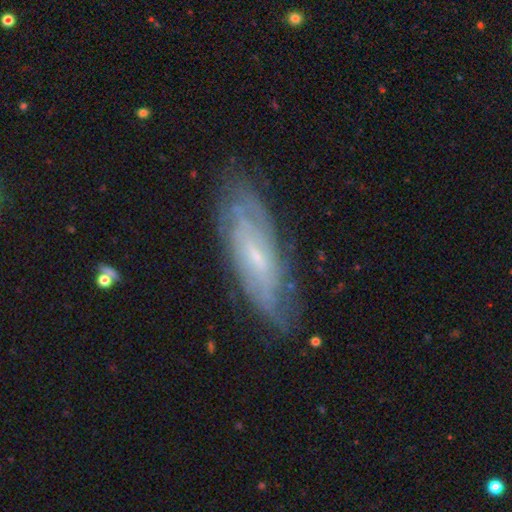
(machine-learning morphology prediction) Overall: featured or disk (71%). Edge-on disk: no (78%). Bar: no (50%; weak 40%). Spiral arms: yes (83%). Bulge size: small (72%). Merging: none (77%).